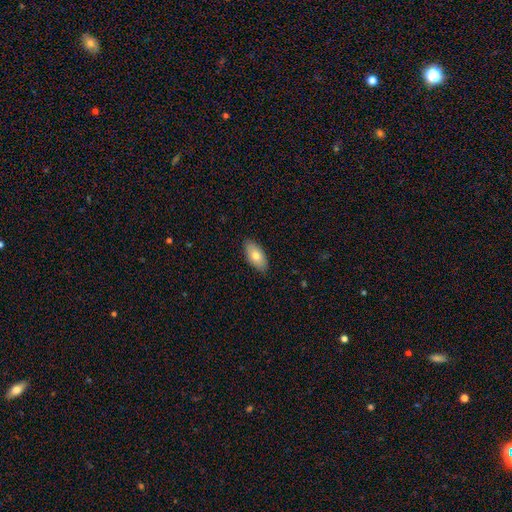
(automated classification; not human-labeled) Smooth or featured? Predicted: smooth (p=0.73). How rounded? Predicted: in between (p=0.92). Merging? Predicted: none (p=0.88).